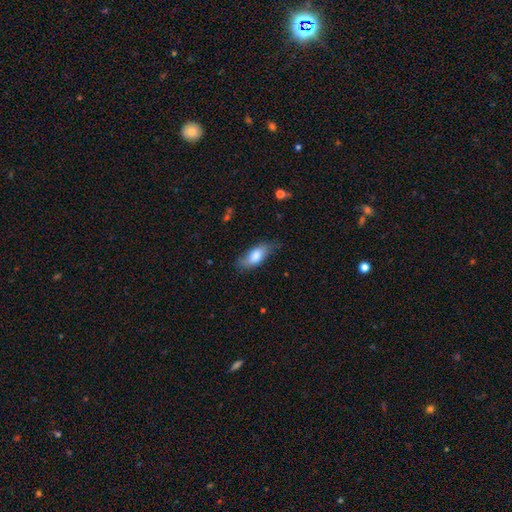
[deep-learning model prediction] Smooth or featured? Predicted: smooth (p=0.74). How rounded? Predicted: in between (p=0.81). Merging? Predicted: none (p=0.68).